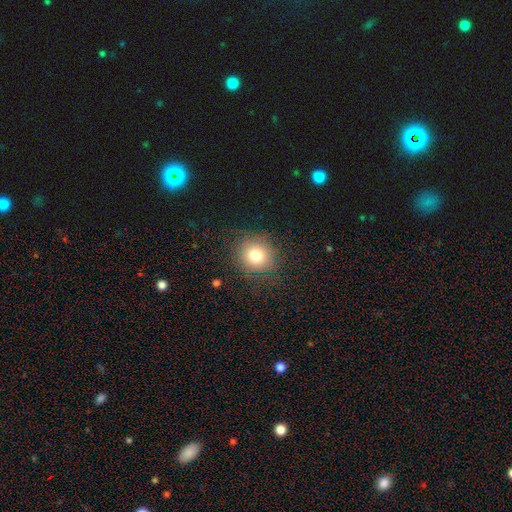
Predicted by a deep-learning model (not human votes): A smooth galaxy with no disk features (77%) that is round (86%). Merging: none (85%).